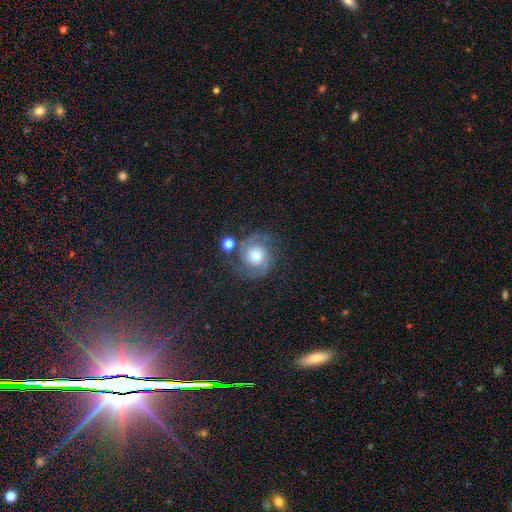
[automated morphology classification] Smooth or featured? Predicted: featured or disk (p=0.77). Edge-on disk? Predicted: no (p=0.98). Bar? Predicted: no (p=0.75). Spiral arms? Predicted: yes (p=0.96). Spiral winding? Predicted: medium (p=0.46). Spiral arm count? Predicted: 2 (p=0.87). Bulge size? Predicted: moderate (p=0.66). Merging? Predicted: none (p=0.72).